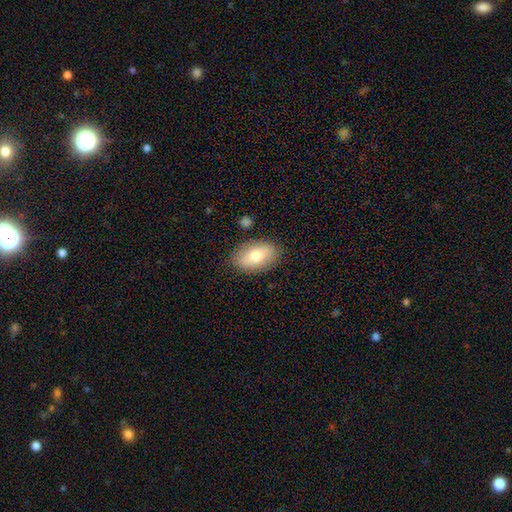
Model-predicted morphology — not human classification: The model was most divided on "smooth or featured": smooth: 74%, featured or disk: 19%, star or artifact: 6%. More confident: how rounded — in between (92%); merging — none (83%).